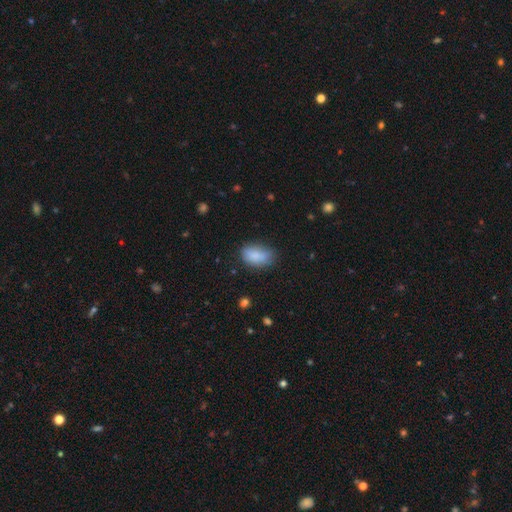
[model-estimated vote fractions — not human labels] smooth_or_featured: smooth (p=0.84) [alt: star or artifact p=0.08]
how_rounded: in between (p=0.89) [alt: round p=0.09]
merging: none (p=0.62) [alt: minor disturbance p=0.28]